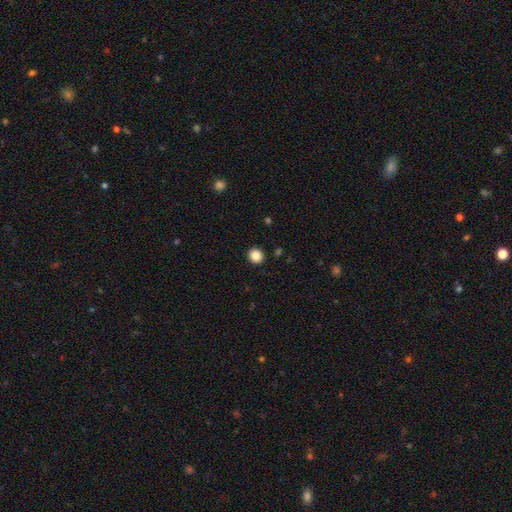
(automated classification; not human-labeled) Smooth or featured?
  - smooth: 86% *
  - star or artifact: 10%
  - featured or disk: 4%
How rounded?
  - round: 88% *
  - in between: 11%
  - cigar-shaped: 1%
Merging?
  - none: 92% *
  - minor disturbance: 5%
  - major disturbance: 2%
  - merger: 1%